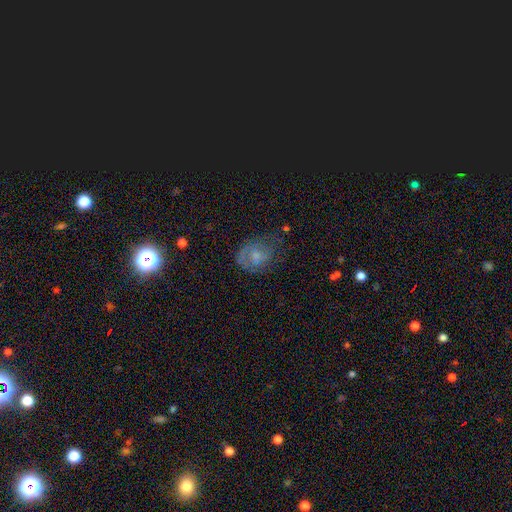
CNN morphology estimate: This is possibly a smooth galaxy (47%). Merging: possibly none (47%).